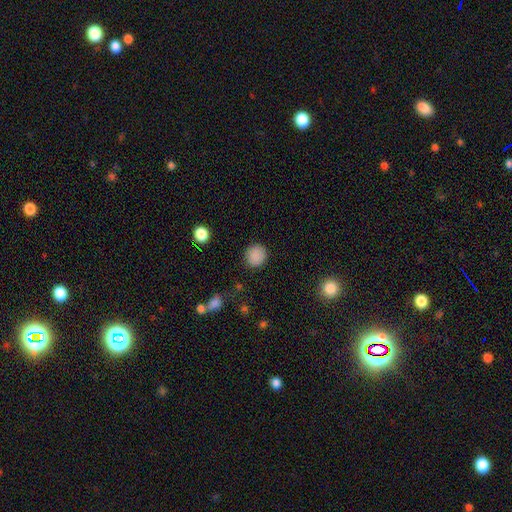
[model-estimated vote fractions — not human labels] smooth-or-featured: smooth: 87% | star or artifact: 10% | featured or disk: 3%
  how-rounded: round: 88% | in between: 11% | cigar-shaped: 1%
  merging: none: 89% | minor disturbance: 7% | major disturbance: 3% | merger: 1%